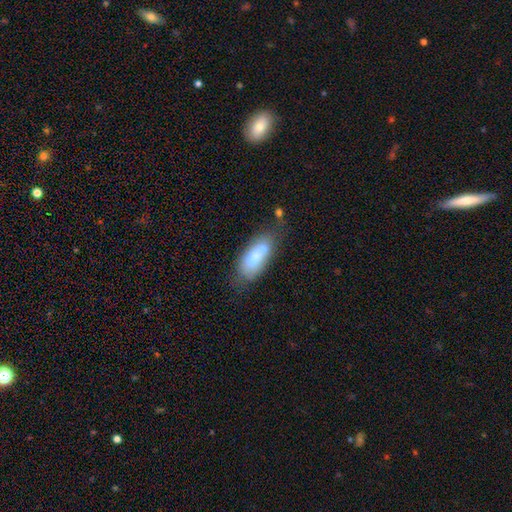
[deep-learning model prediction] Smooth or featured? Predicted: smooth (p=0.64). How rounded? Predicted: in between (p=0.79). Merging? Predicted: none (p=0.40).